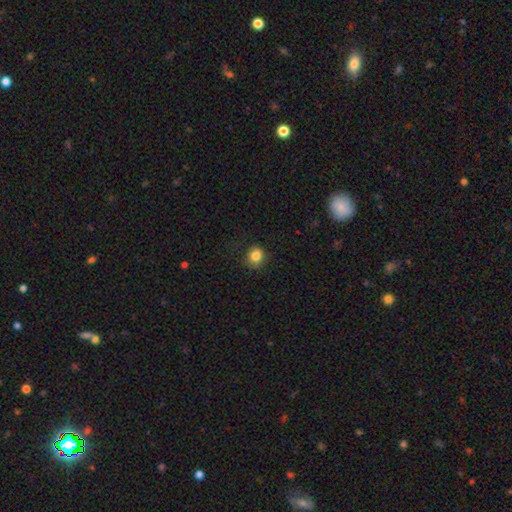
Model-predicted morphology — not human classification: This is clearly a smooth galaxy (84%). How rounded: likely round (78%). Merging: likely none (80%).